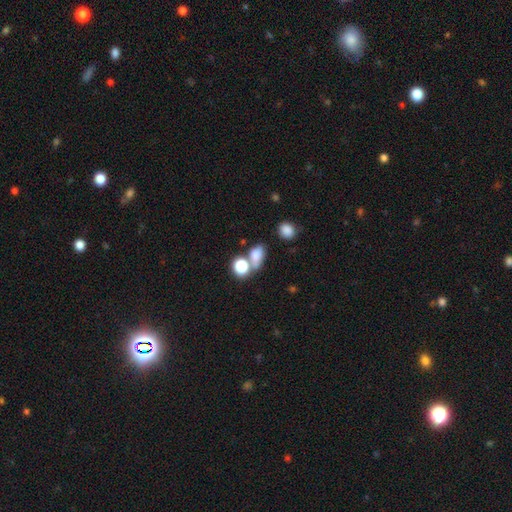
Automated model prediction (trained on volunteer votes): Smooth or featured? smooth (73%)
How rounded? in between (68%)
Merging? none (43%)